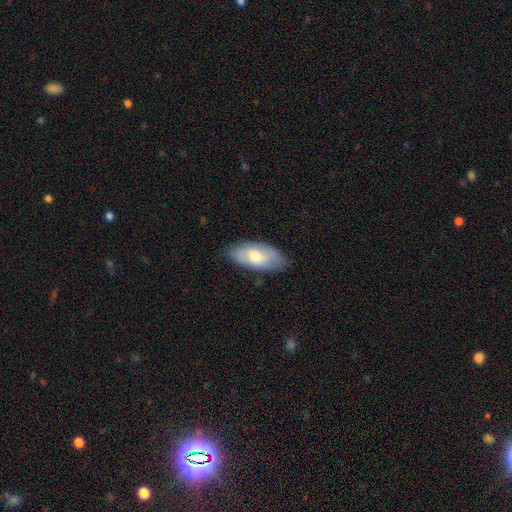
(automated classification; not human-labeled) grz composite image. It shows a smooth galaxy with no disk features (60%) that is in between round and cigar-shaped (90%). Merging: none (80%).